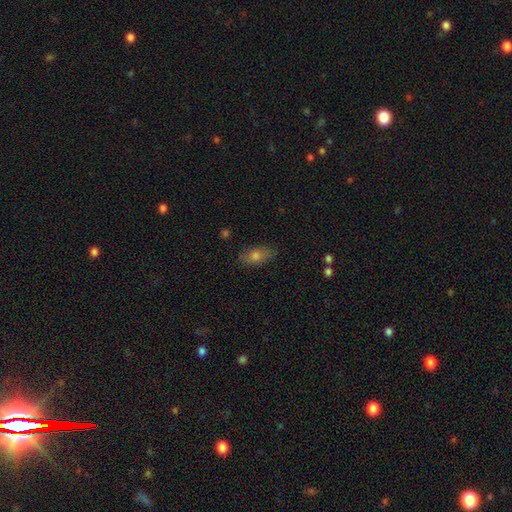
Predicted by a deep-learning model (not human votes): Smooth or featured? Predicted: smooth (p=0.73). How rounded? Predicted: in between (p=0.85). Merging? Predicted: none (p=0.83).